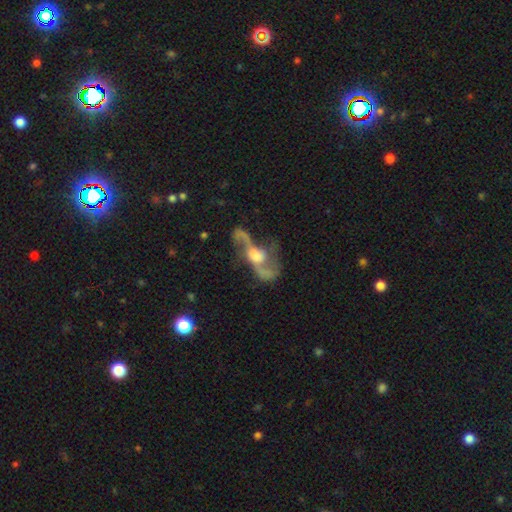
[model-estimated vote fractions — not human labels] Overall: featured or disk (82%). Edge-on disk: no (89%). Bar: no (51%; weak 35%). Spiral arms: yes (89%). Spiral arm count: 2 (87%). Spiral winding: loose (75%). Bulge size: moderate (42%; large 32%). Merging: none (52%; major disturbance 25%).